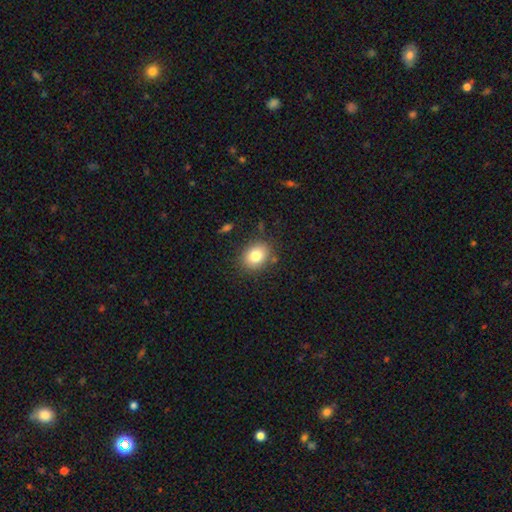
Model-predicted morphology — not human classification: Smooth or featured: smooth — 81% (star or artifact — 10%)
How rounded: round — 52% (in between — 47%)
Merging: none — 84% (minor disturbance — 10%)